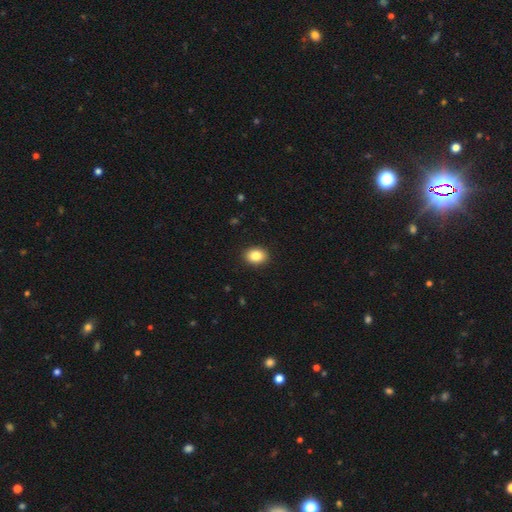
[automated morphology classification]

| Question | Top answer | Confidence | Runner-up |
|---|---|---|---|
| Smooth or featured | smooth | 86% | star or artifact (9%) |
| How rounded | in between | 62% | round (37%) |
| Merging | none | 90% | minor disturbance (7%) |